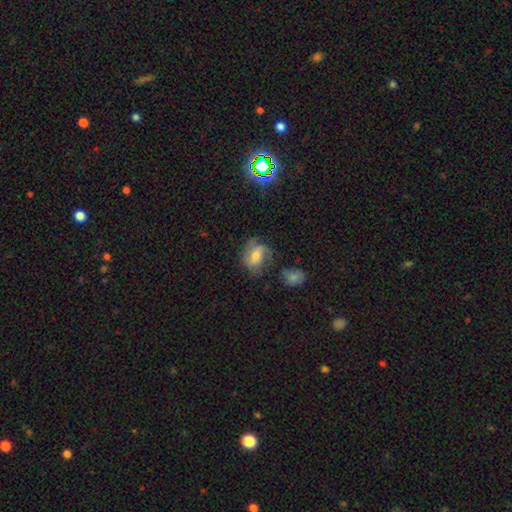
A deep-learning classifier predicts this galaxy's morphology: A featured or disk galaxy (59%) with a weak bar (44%), 2 (54%) medium (47%) spiral arms (88%) and a moderate central bulge (59%).

Vote fractions:
- Smooth or featured? featured or disk: 59% / smooth: 29% / star or artifact: 12%
- Edge-on disk? no: 97% / yes: 3%
- Bar? weak: 44% / no: 41% / strong: 15%
- Spiral arms? yes: 88% / no: 12%
- Spiral winding? medium: 47% / loose: 29% / tight: 24%
- Spiral arm count? 2: 54% / can't tell: 17% / 1: 12% / 3: 12% / 4: 2% / more than 4: 2%
- Bulge size? moderate: 59% / small: 25% / large: 10% / none: 4% / dominant: 2%
- Merging? none: 55% / minor disturbance: 24% / major disturbance: 17% / merger: 5%